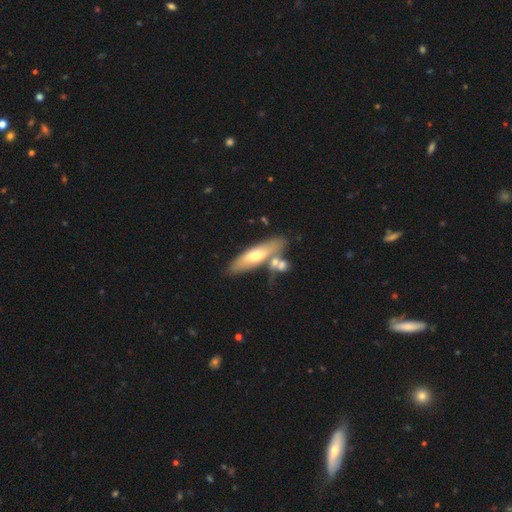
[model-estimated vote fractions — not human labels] A smooth galaxy with no disk features (53%) that is cigar-shaped (59%).

Vote fractions:
- Smooth or featured? smooth: 53% / featured or disk: 41% / star or artifact: 6%
- How rounded? cigar-shaped: 59% / in between: 39% / round: 2%
- Merging? none: 63% / merger: 18% / minor disturbance: 14% / major disturbance: 4%